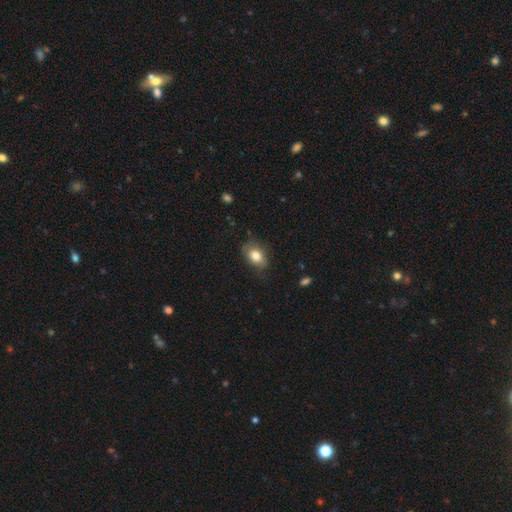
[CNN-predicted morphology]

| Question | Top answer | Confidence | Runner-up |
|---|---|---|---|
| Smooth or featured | smooth | 81% | featured or disk (11%) |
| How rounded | in between | 83% | round (16%) |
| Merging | none | 74% | minor disturbance (20%) |